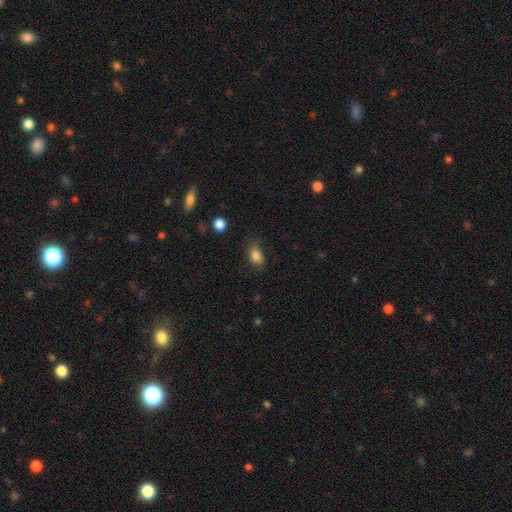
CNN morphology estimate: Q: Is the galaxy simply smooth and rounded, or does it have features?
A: smooth — 82%.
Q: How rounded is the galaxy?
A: in between — 76%.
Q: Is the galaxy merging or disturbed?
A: none — 51%.